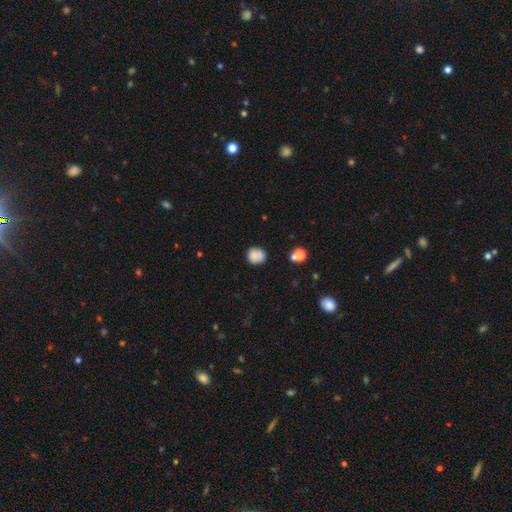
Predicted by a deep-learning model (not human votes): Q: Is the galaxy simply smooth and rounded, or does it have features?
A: smooth — 82%.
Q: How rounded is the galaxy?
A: round — 82%.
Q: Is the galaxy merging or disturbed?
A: none — 72%.